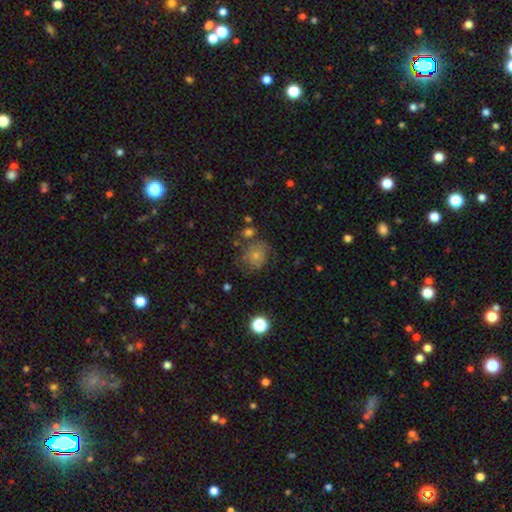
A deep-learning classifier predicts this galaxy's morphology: smooth_or_featured: smooth (p=0.63) [alt: featured or disk p=0.25]
how_rounded: round (p=0.75) [alt: in between p=0.25]
merging: none (p=0.51) [alt: minor disturbance p=0.24]